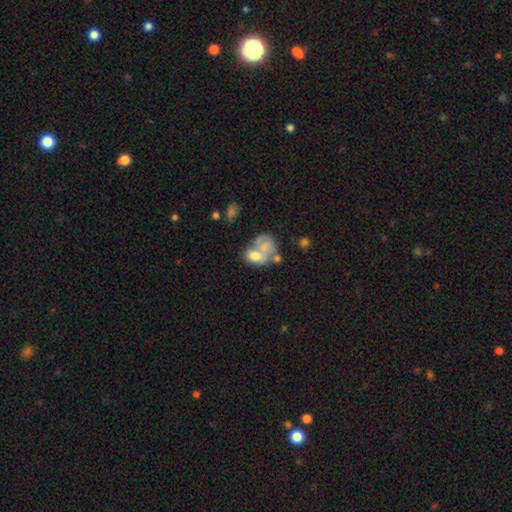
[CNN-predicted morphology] This appears to be a smooth galaxy with no disk features (60%) that is in between round and cigar-shaped (62%). Merging: merger (55%).